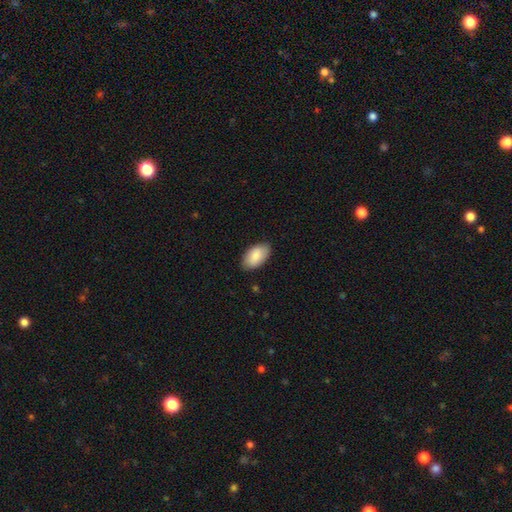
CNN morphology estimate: smooth-or-featured: smooth: 87% | featured or disk: 7% | star or artifact: 6%
  how-rounded: in between: 95% | round: 3% | cigar-shaped: 2%
  merging: none: 85% | minor disturbance: 12% | major disturbance: 2% | merger: 1%